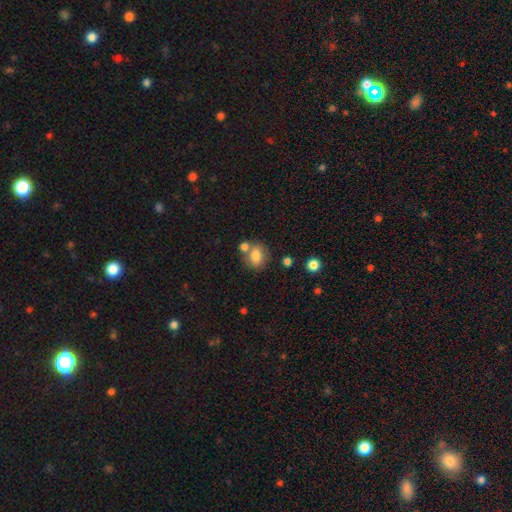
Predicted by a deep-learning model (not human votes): Smooth or featured? Predicted: smooth (p=0.79). How rounded? Predicted: round (p=0.58). Merging? Predicted: none (p=0.60).